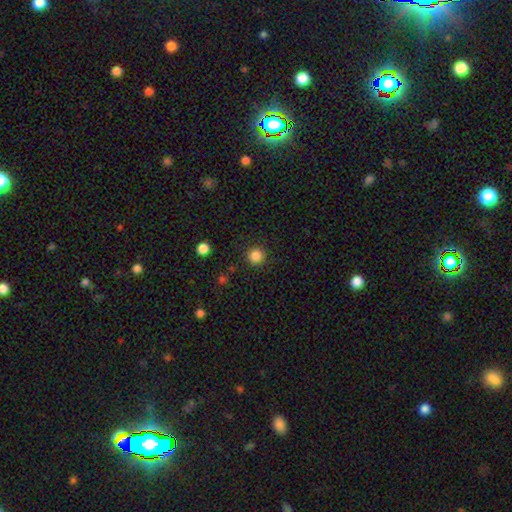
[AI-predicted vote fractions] Overall: smooth (84%). How rounded: round (95%). Merging: none (90%).